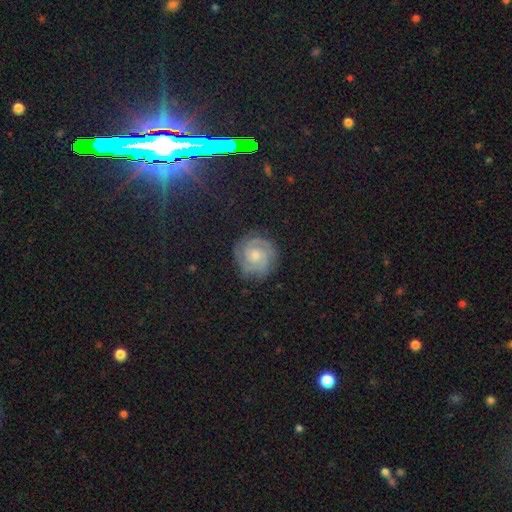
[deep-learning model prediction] Smooth or featured: featured or disk — 76% (smooth — 17%)
Edge-on disk: no — 98% (yes — 2%)
Bar: no — 69% (weak — 26%)
Spiral arms: yes — 95% (no — 5%)
Spiral winding: tight — 66% (medium — 28%)
Spiral arm count: 2 — 36% (3 — 27%)
Bulge size: moderate — 51% (small — 37%)
Merging: none — 80% (minor disturbance — 14%)